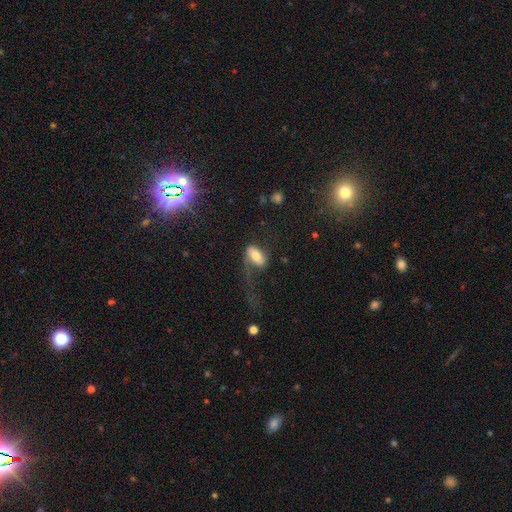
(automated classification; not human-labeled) Smooth or featured: smooth — 52% (featured or disk — 39%)
How rounded: in between — 87% (cigar-shaped — 9%)
Merging: major disturbance — 51% (none — 28%)